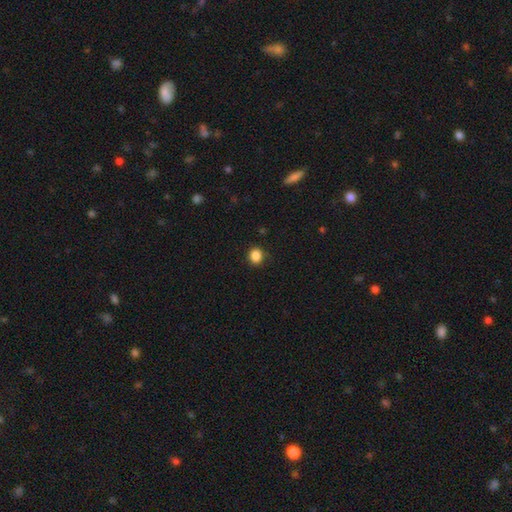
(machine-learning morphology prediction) smooth_or_featured: smooth (p=0.86) [alt: star or artifact p=0.11]
how_rounded: round (p=0.76) [alt: in between p=0.23]
merging: none (p=0.87) [alt: minor disturbance p=0.10]